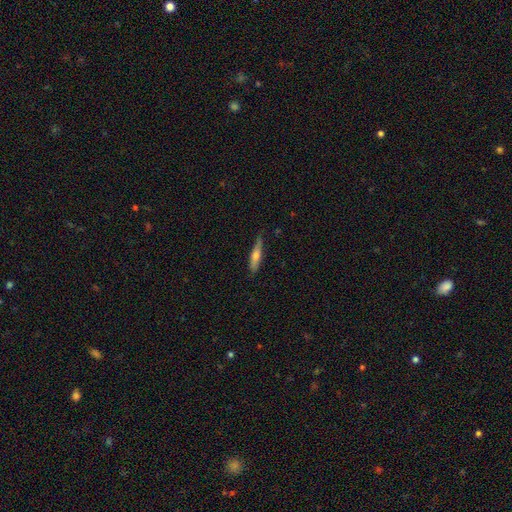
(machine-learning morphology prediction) Smooth or featured? smooth (47%, tied with featured or disk)
Merging? none (81%)